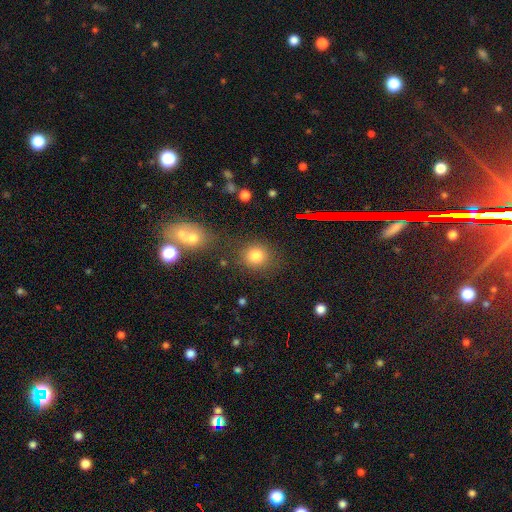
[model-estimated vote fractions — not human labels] Q: Smooth or featured?
A: smooth (80%); runner-up: star or artifact (14%)
Q: How rounded?
A: round (84%); runner-up: in between (15%)
Q: Merging?
A: none (79%); runner-up: minor disturbance (9%)